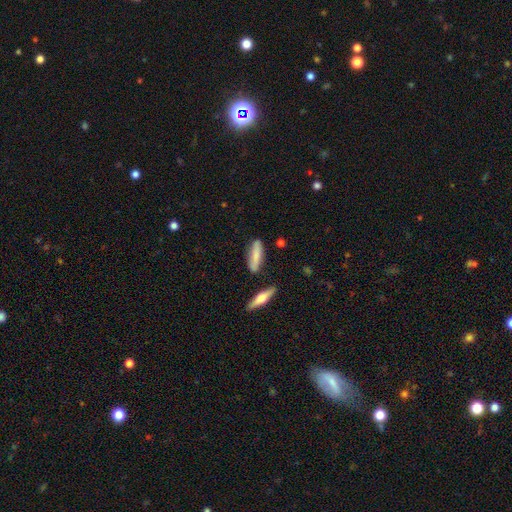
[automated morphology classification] A smooth galaxy with no disk features (72%) that is cigar-shaped (62%). Merging: none (76%).